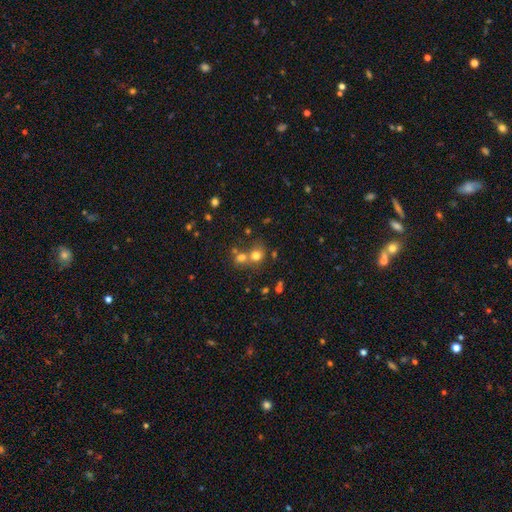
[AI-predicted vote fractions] This is likely a smooth galaxy (71%). How rounded: likely round (77%). Merging: possibly merger (48%).